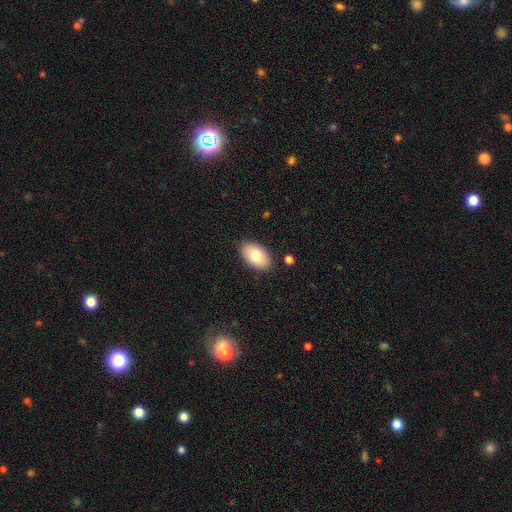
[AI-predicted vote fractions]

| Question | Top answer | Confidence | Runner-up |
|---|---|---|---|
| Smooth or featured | smooth | 76% | featured or disk (17%) |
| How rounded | in between | 93% | round (5%) |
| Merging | none | 87% | minor disturbance (9%) |